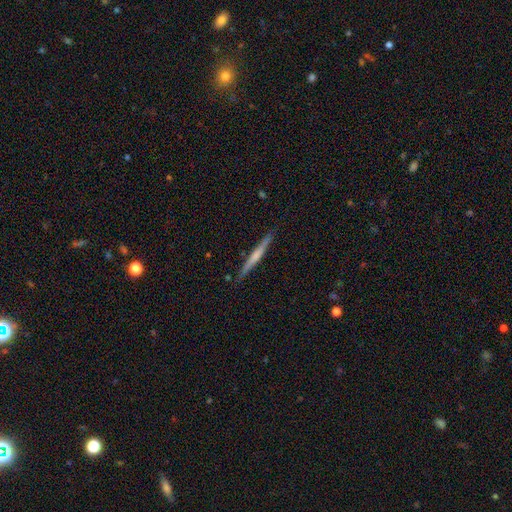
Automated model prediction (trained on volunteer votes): Smooth or featured? featured or disk (58%)
Edge-on disk? yes (98%)
Edge-on bulge? rounded (45%)
Merging? none (90%)